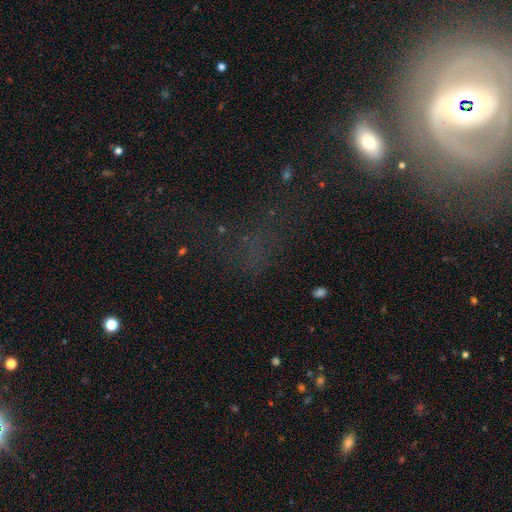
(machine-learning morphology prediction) Q: Smooth or featured?
A: star or artifact (42%); runner-up: smooth (36%)